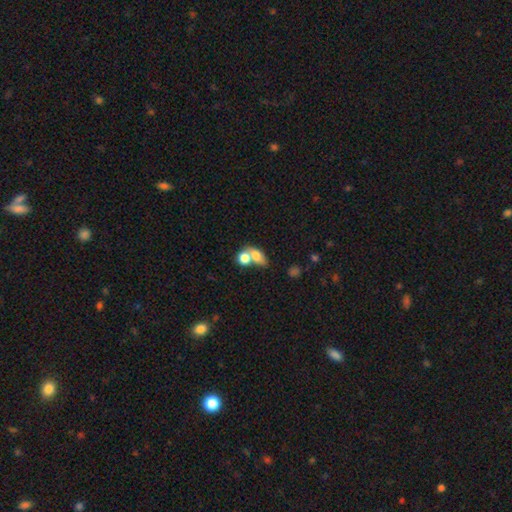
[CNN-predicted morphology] Q: Smooth or featured?
A: smooth (75%); runner-up: featured or disk (15%)
Q: How rounded?
A: in between (70%); runner-up: round (26%)
Q: Merging?
A: merger (59%); runner-up: none (26%)